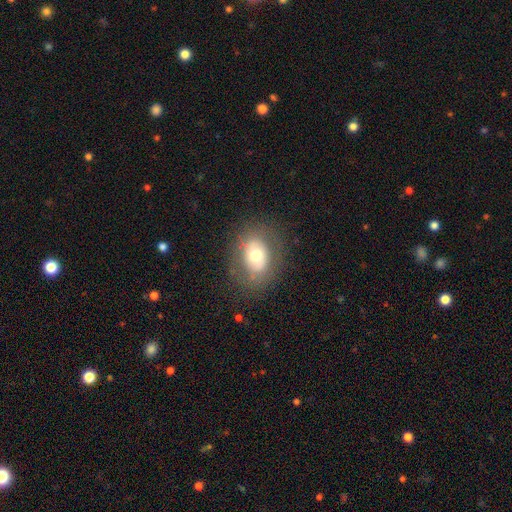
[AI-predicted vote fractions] Smooth or featured? Predicted: smooth (p=0.60). How rounded? Predicted: in between (p=0.63). Merging? Predicted: none (p=0.76).